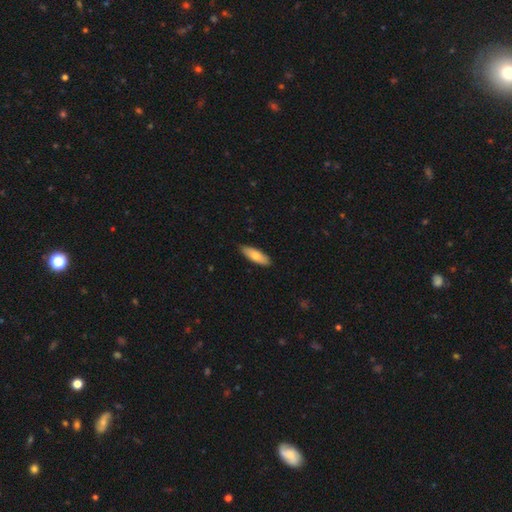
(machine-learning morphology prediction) smooth-or-featured: smooth: 75% | featured or disk: 20% | star or artifact: 6%
  how-rounded: in between: 56% | cigar-shaped: 42% | round: 2%
  merging: none: 86% | minor disturbance: 12% | major disturbance: 2% | merger: 1%